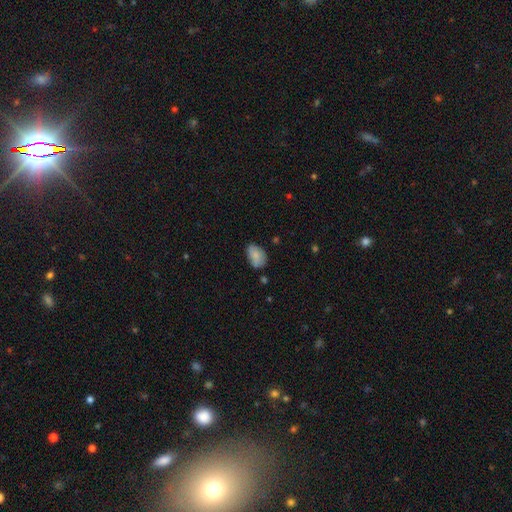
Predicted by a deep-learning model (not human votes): smooth-or-featured: smooth: 80% | featured or disk: 12% | star or artifact: 7%
  how-rounded: in between: 87% | round: 12% | cigar-shaped: 1%
  merging: none: 63% | minor disturbance: 28% | major disturbance: 6% | merger: 3%